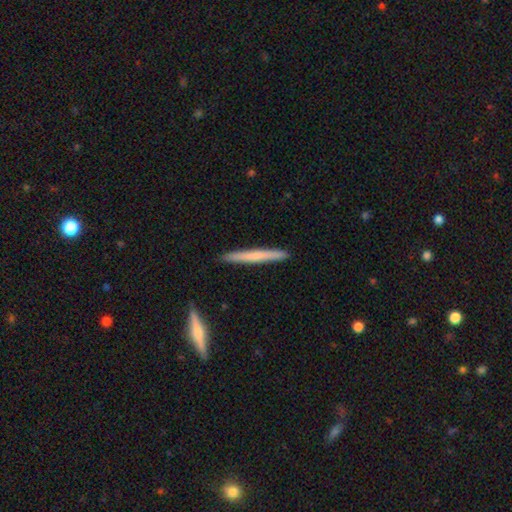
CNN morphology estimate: smooth_or_featured: smooth (p=0.56) [alt: featured or disk p=0.38]
how_rounded: cigar-shaped (p=0.97) [alt: in between p=0.02]
merging: none (p=0.91) [alt: minor disturbance p=0.07]